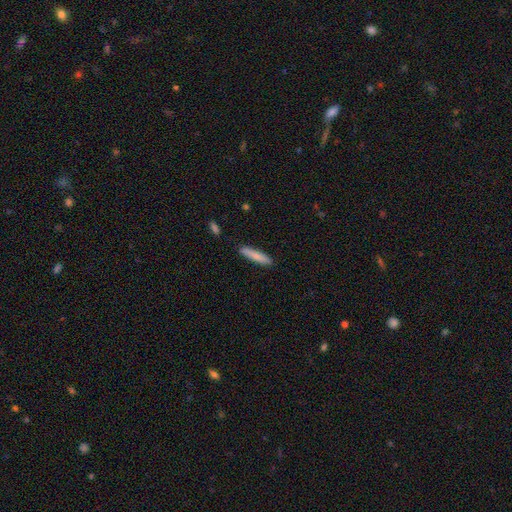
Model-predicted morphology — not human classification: smooth_or_featured: smooth (p=0.81) [alt: featured or disk p=0.13]
how_rounded: cigar-shaped (p=0.89) [alt: in between p=0.09]
merging: none (p=0.87) [alt: minor disturbance p=0.09]